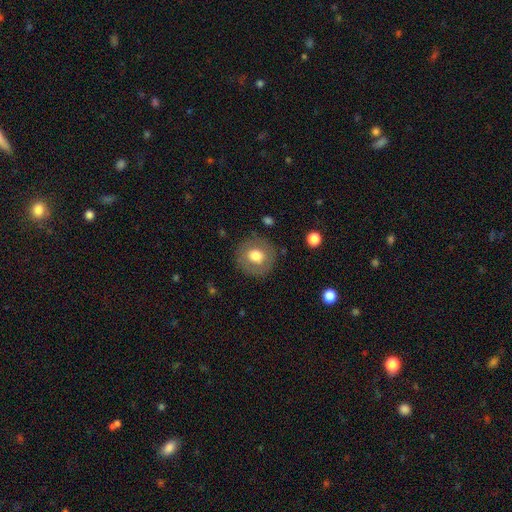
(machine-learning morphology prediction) A smooth galaxy with no disk features (68%) that is round (91%).

Vote fractions:
- Smooth or featured? smooth: 68% / featured or disk: 24% / star or artifact: 8%
- How rounded? round: 91% / in between: 9% / cigar-shaped: 1%
- Merging? none: 83% / minor disturbance: 11% / major disturbance: 5% / merger: 1%